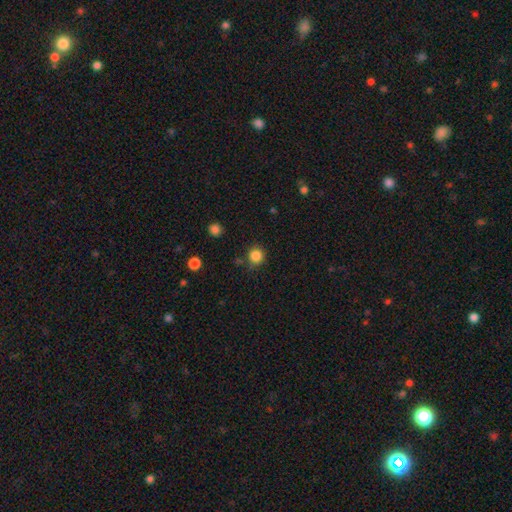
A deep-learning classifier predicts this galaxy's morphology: type=smooth (85%); roundness=round (92%); merging=none (81%).